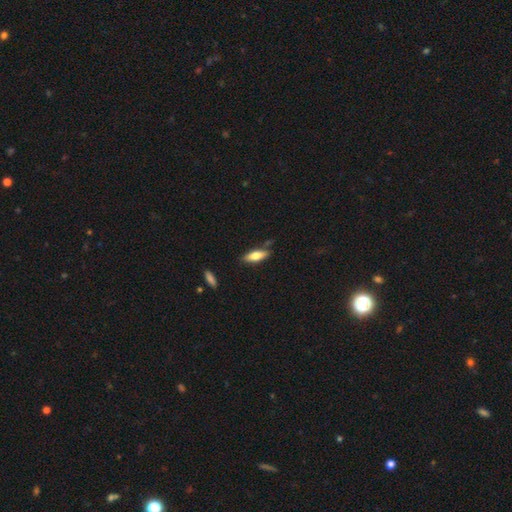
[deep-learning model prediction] Q: Smooth or featured?
A: smooth (71%); runner-up: featured or disk (23%)
Q: How rounded?
A: in between (58%); runner-up: cigar-shaped (40%)
Q: Merging?
A: none (76%); runner-up: minor disturbance (16%)